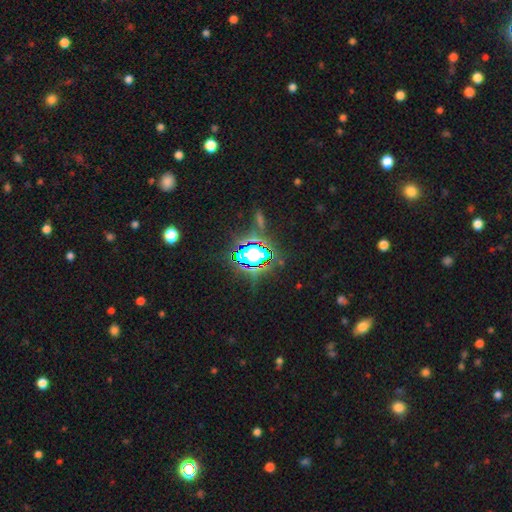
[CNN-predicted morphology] star or artifact 70%, smooth 19%, featured or disk 11%.